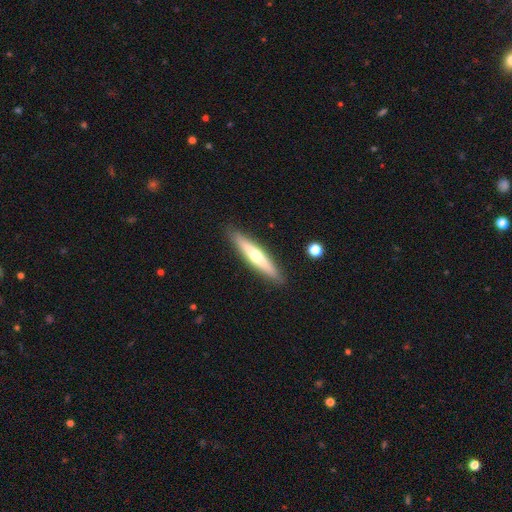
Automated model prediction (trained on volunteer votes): This is possibly a featured or disk galaxy (54%). It is clearly viewed edge-on (94%). Edge-on bulge: clearly rounded (84%). Merging: clearly none (90%).